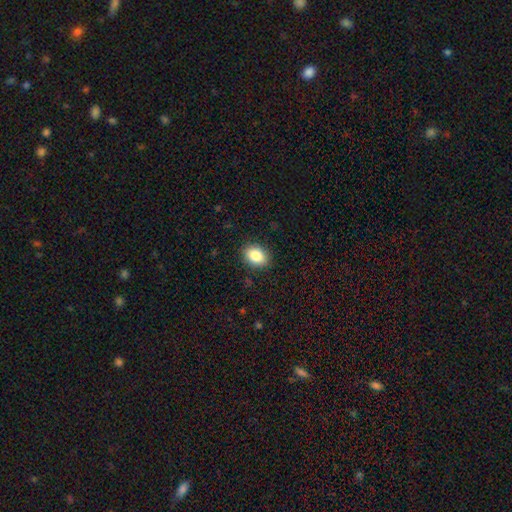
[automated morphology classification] A smooth galaxy with no disk features (85%) that is in between round and cigar-shaped (71%).

Vote fractions:
- Smooth or featured? smooth: 85% / star or artifact: 9% / featured or disk: 7%
- How rounded? in between: 71% / round: 28% / cigar-shaped: 1%
- Merging? none: 89% / minor disturbance: 8% / major disturbance: 2% / merger: 1%